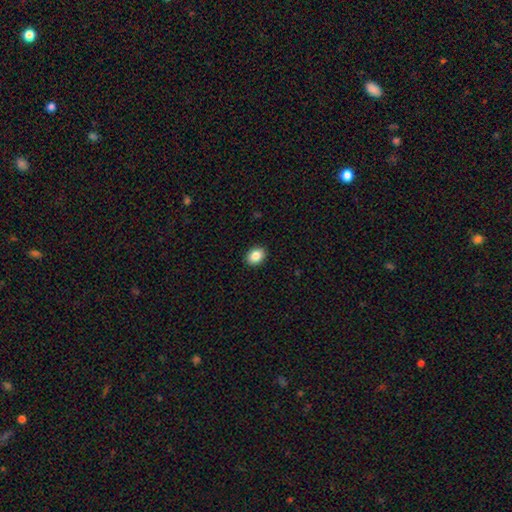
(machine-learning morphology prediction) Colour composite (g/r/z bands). It shows a smooth galaxy with no disk features (86%) that is in between round and cigar-shaped (62%). Merging: none (91%).